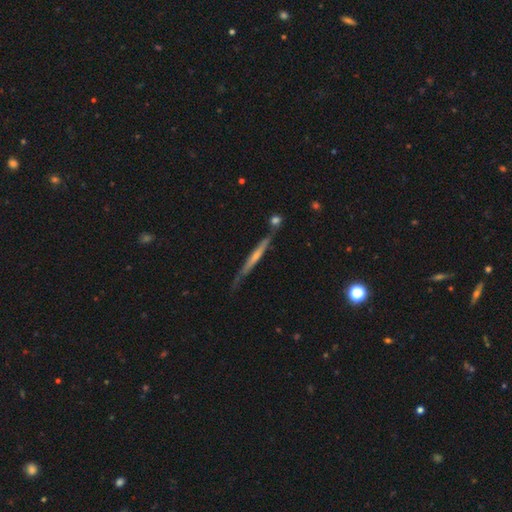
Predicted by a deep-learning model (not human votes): Smooth or featured? featured or disk (66%)
Edge-on disk? yes (95%)
Edge-on bulge? none (55%)
Merging? none (72%)